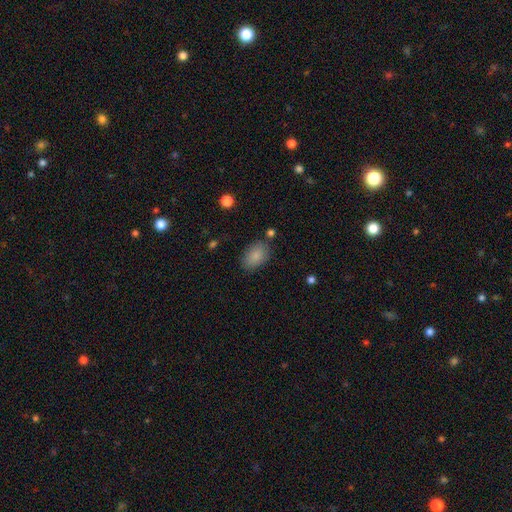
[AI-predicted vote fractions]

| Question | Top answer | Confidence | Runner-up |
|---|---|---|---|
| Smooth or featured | smooth | 87% | star or artifact (7%) |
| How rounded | in between | 89% | round (10%) |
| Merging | none | 79% | minor disturbance (13%) |